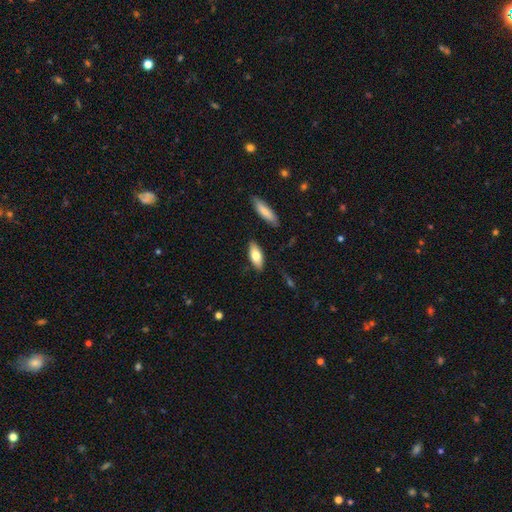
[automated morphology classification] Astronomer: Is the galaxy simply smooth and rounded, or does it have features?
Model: smooth — 77%.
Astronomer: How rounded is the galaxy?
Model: in between — 78%.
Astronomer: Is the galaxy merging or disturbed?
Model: none — 84%.